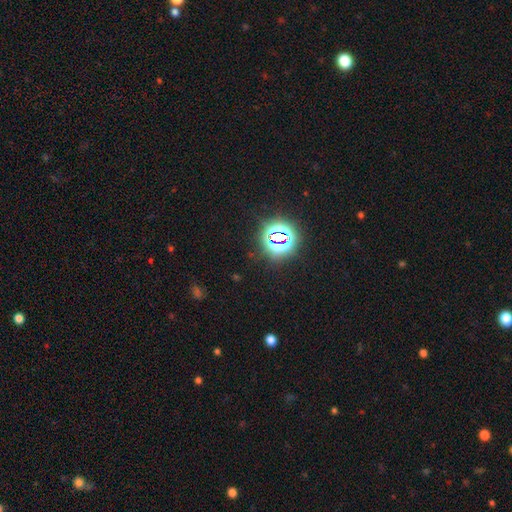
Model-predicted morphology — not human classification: Overall: star or artifact (78%).